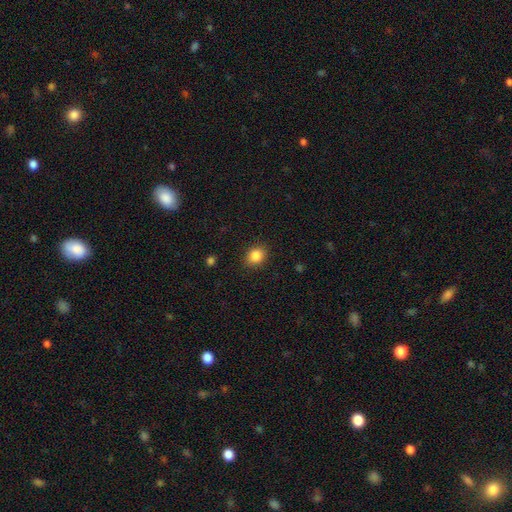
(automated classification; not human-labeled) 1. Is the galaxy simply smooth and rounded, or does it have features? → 86% smooth, 10% star or artifact, 5% featured or disk.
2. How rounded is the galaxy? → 57% round, 43% in between, 1% cigar-shaped.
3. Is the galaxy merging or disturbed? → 88% none, 8% minor disturbance, 2% major disturbance, 1% merger.